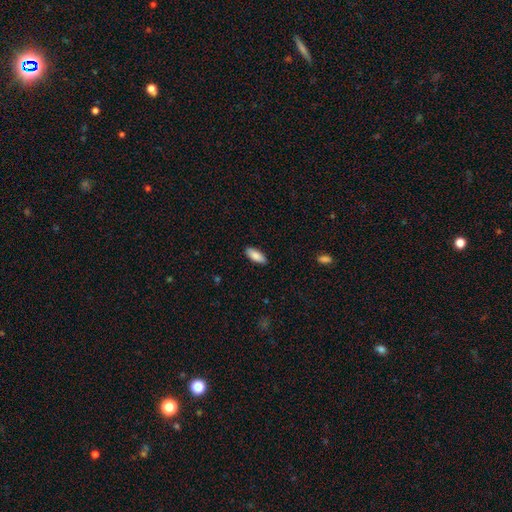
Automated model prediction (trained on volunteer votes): smooth 88%, featured or disk 6%, star or artifact 6%. Down the decision tree: how rounded — in between (81%); merging — none (89%).